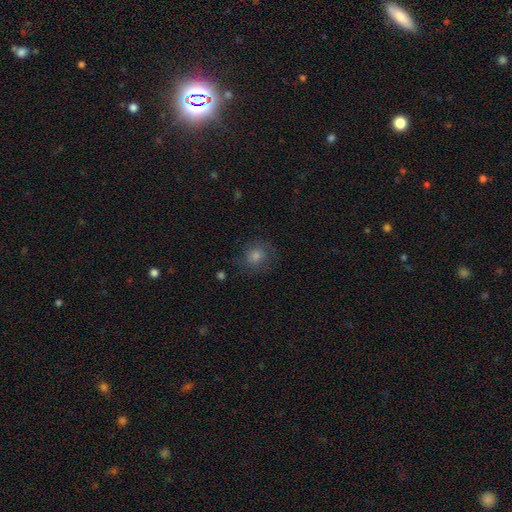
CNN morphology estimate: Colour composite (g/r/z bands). It shows a smooth galaxy with no disk features (48%). Merging: none (75%).